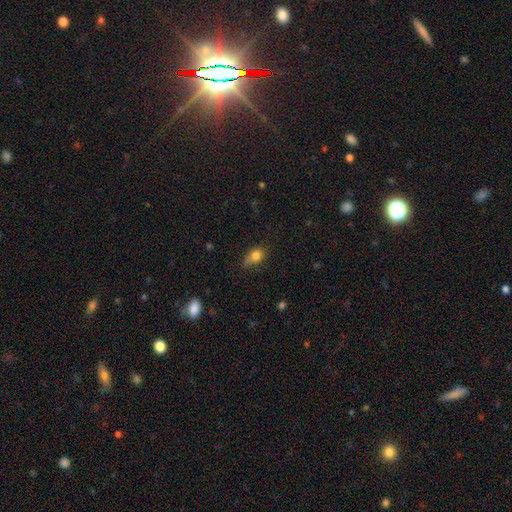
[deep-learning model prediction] The model was most divided on "merging": none: 47%, minor disturbance: 37%, major disturbance: 12%, merger: 4%. More confident: smooth or featured — smooth (80%); how rounded — in between (60%).